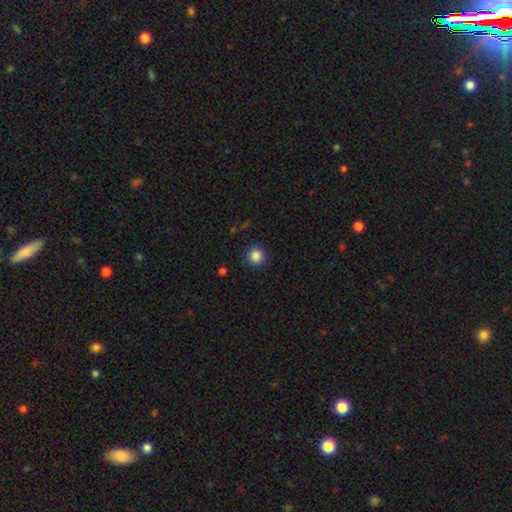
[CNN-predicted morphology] Smooth or featured?
  - smooth: 86% *
  - star or artifact: 10%
  - featured or disk: 4%
How rounded?
  - round: 94% *
  - in between: 5%
  - cigar-shaped: 1%
Merging?
  - none: 88% *
  - minor disturbance: 8%
  - major disturbance: 3%
  - merger: 1%